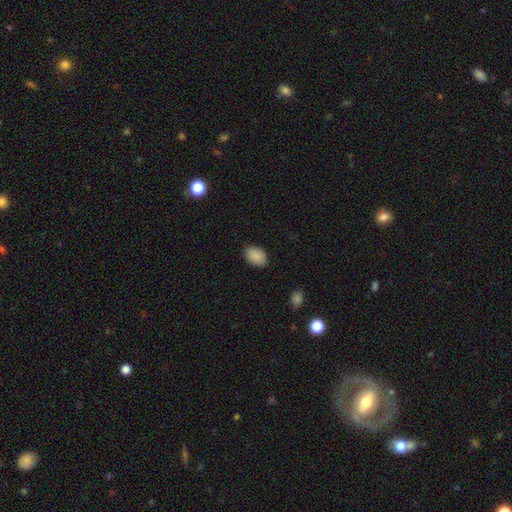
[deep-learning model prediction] smooth_or_featured: smooth (p=0.89) [alt: star or artifact p=0.07]
how_rounded: in between (p=0.85) [alt: round p=0.14]
merging: none (p=0.83) [alt: minor disturbance p=0.13]